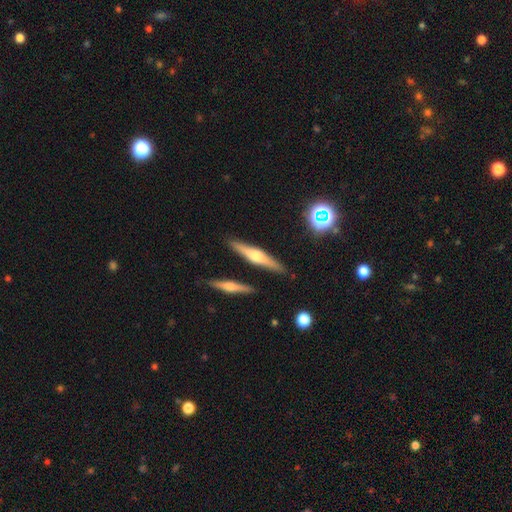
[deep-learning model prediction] smooth_or_featured: featured or disk (p=0.62) [alt: smooth p=0.32]
disk_edge_on: yes (p=0.96) [alt: no p=0.04]
edge_on_bulge: rounded (p=0.89) [alt: boxy p=0.06]
merging: none (p=0.87) [alt: minor disturbance p=0.07]